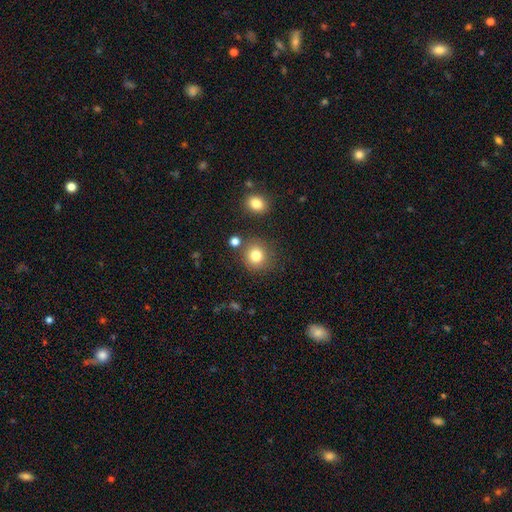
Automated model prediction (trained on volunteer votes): Morphology: type=smooth (81%); roundness=round (88%); merging=none (80%).